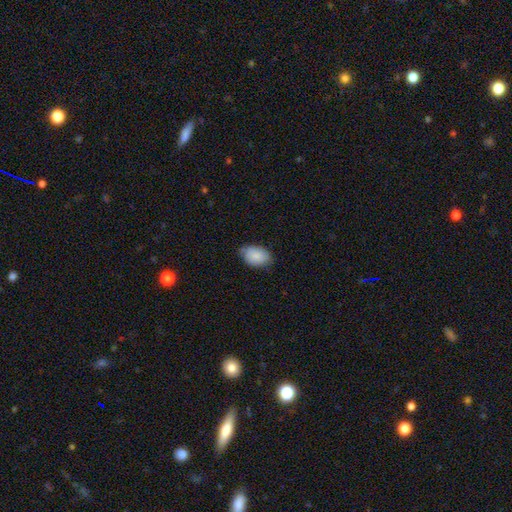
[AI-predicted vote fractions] Q: Smooth or featured?
A: smooth (88%); runner-up: star or artifact (7%)
Q: How rounded?
A: in between (88%); runner-up: round (11%)
Q: Merging?
A: none (75%); runner-up: minor disturbance (21%)